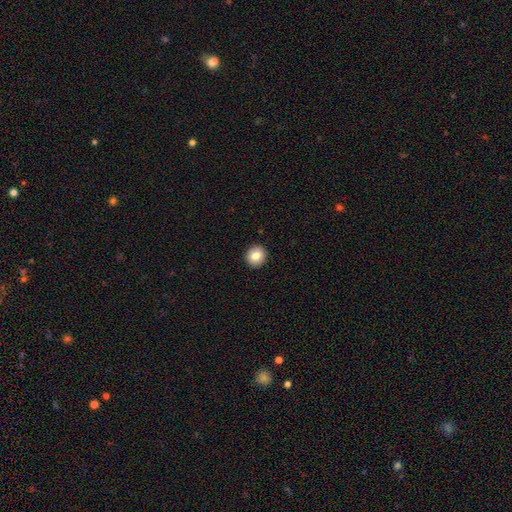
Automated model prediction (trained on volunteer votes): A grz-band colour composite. It shows a smooth galaxy with no disk features (83%) that is round (88%). Merging: none (93%).